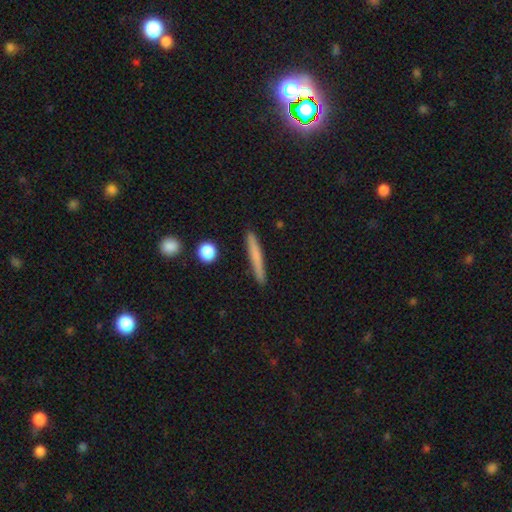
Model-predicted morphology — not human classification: Smooth or featured? Predicted: smooth (p=0.69). How rounded? Predicted: cigar-shaped (p=0.96). Merging? Predicted: none (p=0.90).